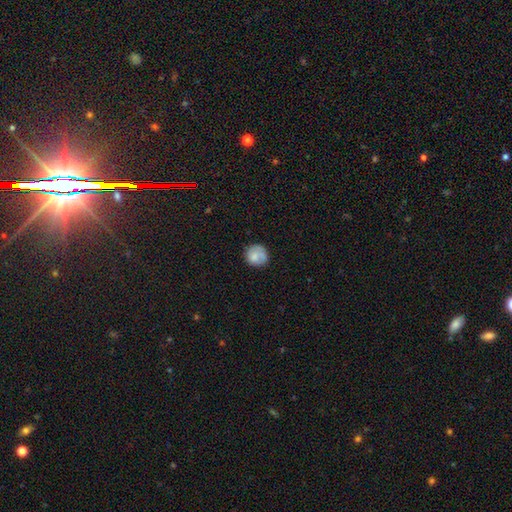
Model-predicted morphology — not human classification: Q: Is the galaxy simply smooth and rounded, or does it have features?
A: smooth — 74%.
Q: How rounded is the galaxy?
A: round — 88%.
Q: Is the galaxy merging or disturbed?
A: none — 72%.